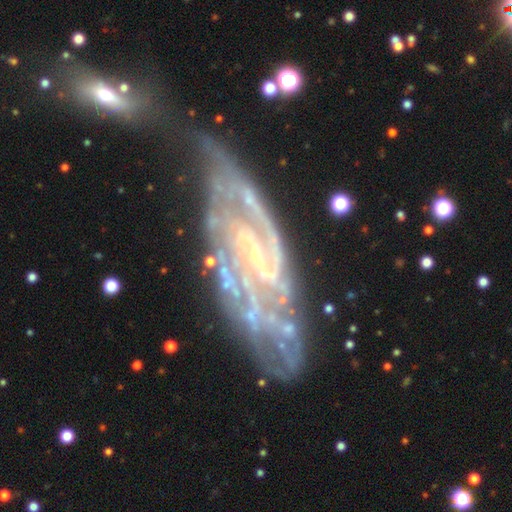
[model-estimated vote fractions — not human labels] A featured or disk galaxy (88%) with a weak bar (39%), 2 (44%) tight (46%) spiral arms (93%) and a small central bulge (73%). Merging: none (36%).